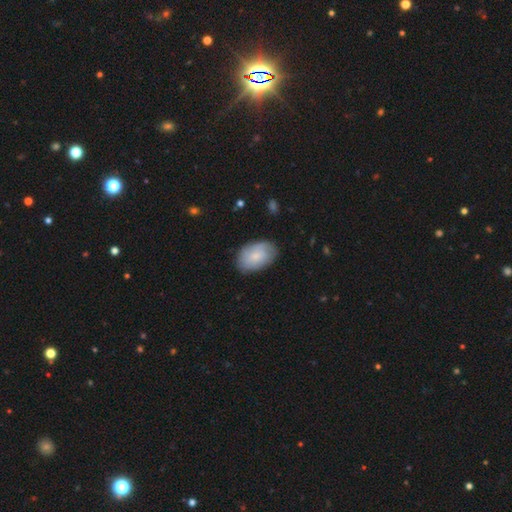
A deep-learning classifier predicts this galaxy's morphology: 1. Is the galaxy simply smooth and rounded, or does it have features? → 62% smooth, 31% featured or disk, 6% star or artifact.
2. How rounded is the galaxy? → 88% in between, 11% round, 1% cigar-shaped.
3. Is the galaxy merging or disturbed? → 78% none, 17% minor disturbance, 4% major disturbance, 1% merger.